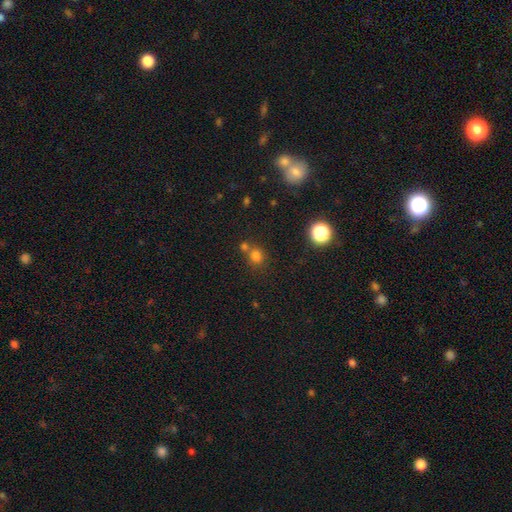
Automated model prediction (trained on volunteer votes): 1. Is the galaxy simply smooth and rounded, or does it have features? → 74% smooth, 19% star or artifact, 7% featured or disk.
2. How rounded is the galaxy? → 79% round, 19% in between, 1% cigar-shaped.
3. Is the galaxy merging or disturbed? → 57% none, 31% merger, 9% minor disturbance, 4% major disturbance.